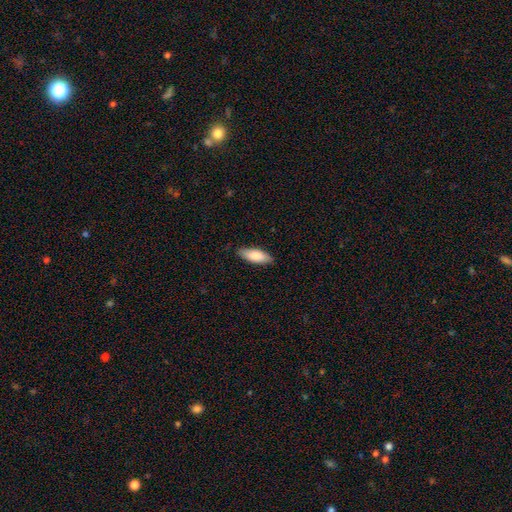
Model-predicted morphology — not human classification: Smooth or featured: smooth — 83% (featured or disk — 12%)
How rounded: in between — 73% (cigar-shaped — 26%)
Merging: none — 86% (minor disturbance — 11%)